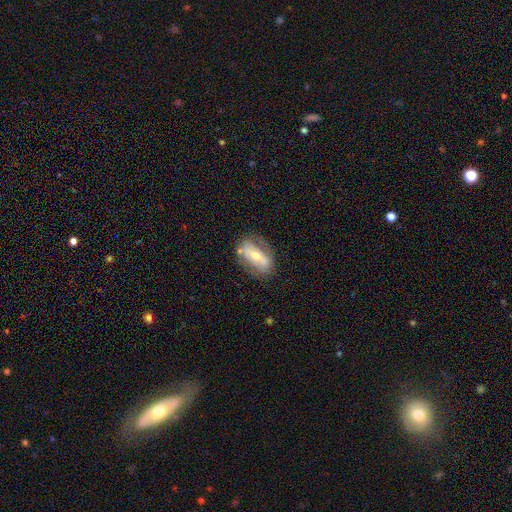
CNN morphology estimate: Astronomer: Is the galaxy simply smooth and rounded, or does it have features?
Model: featured or disk — 61%.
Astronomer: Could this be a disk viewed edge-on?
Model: no — 84%.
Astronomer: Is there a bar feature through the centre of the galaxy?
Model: strong — 46% (runner-up: no, 31%).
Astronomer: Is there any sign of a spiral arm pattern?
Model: no — 60% (runner-up: yes, 40%).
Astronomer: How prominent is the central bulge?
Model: moderate — 59% (runner-up: small, 34%).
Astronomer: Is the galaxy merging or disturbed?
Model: none — 72%.